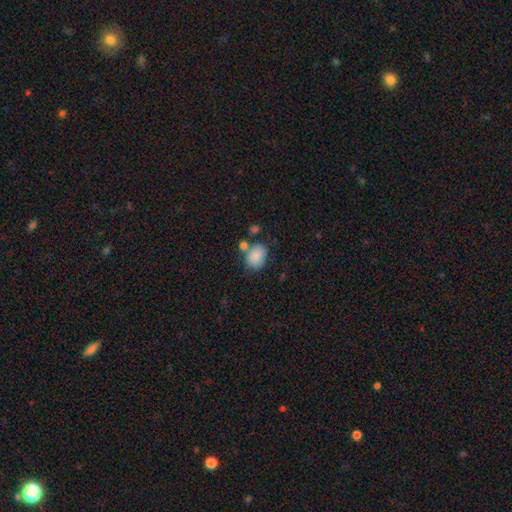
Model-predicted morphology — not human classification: Overall: smooth (84%). How rounded: in between (68%; round 31%). Merging: none (54%; merger 21%).